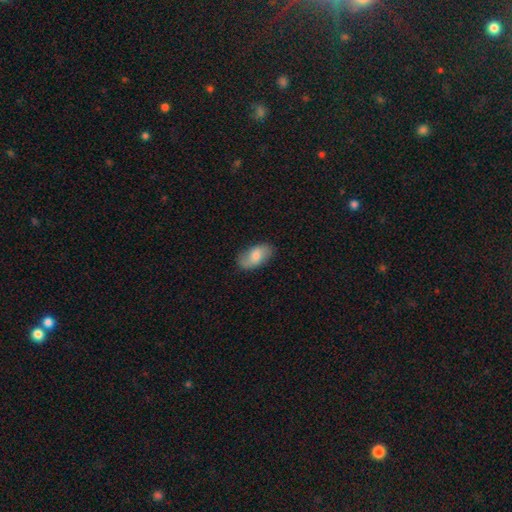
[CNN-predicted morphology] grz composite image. It shows a smooth galaxy with no disk features (60%) that is in between round and cigar-shaped (93%). Merging: none (77%).